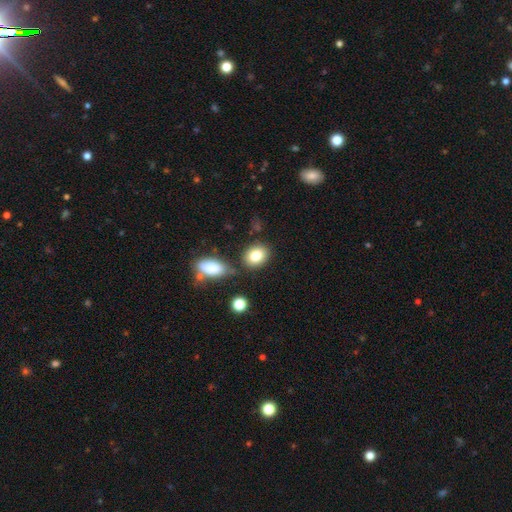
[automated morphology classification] A smooth galaxy with no disk features (82%) that is in between round and cigar-shaped (57%). Merging: none (73%).